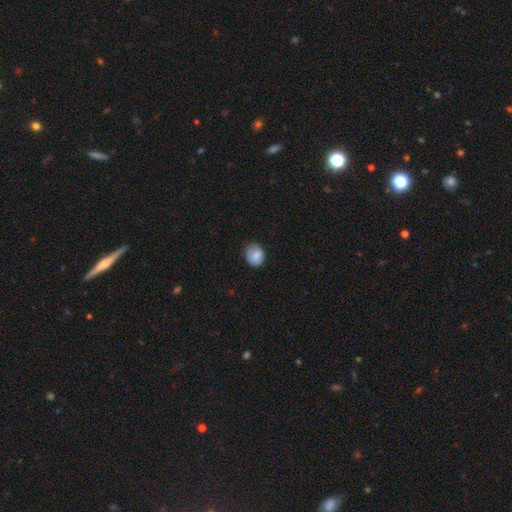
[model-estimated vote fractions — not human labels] Smooth or featured? Predicted: smooth (p=0.79). How rounded? Predicted: round (p=0.61). Merging? Predicted: none (p=0.74).